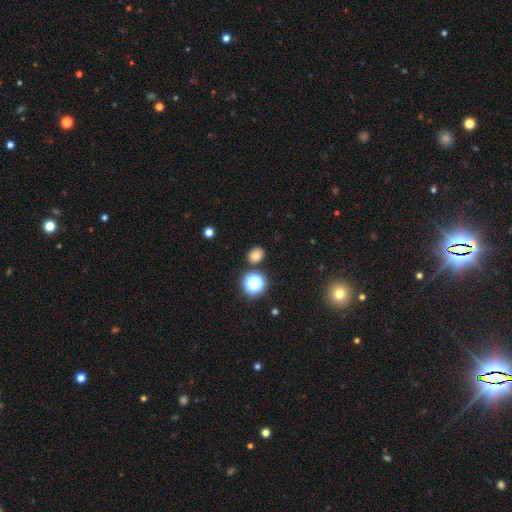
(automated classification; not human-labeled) This appears to be a smooth galaxy with no disk features (76%) that is round (57%). Merging: none (84%).